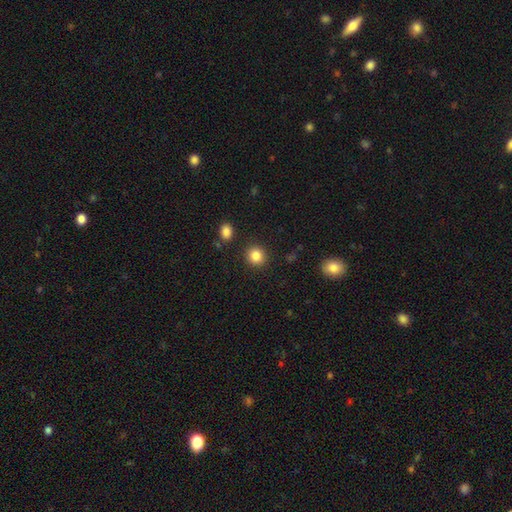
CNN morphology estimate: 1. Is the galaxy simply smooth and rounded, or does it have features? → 85% smooth, 10% star or artifact, 5% featured or disk.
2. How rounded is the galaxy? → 87% round, 12% in between, 1% cigar-shaped.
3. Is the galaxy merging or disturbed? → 89% none, 6% minor disturbance, 2% merger, 2% major disturbance.